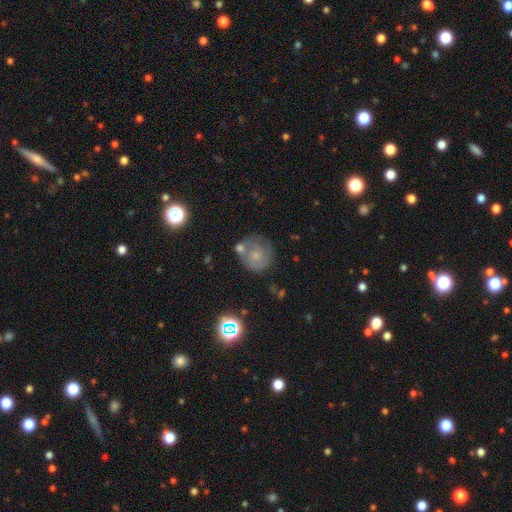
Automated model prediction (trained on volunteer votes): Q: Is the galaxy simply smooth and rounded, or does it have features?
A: smooth — 48%.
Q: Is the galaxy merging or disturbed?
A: none — 57%.